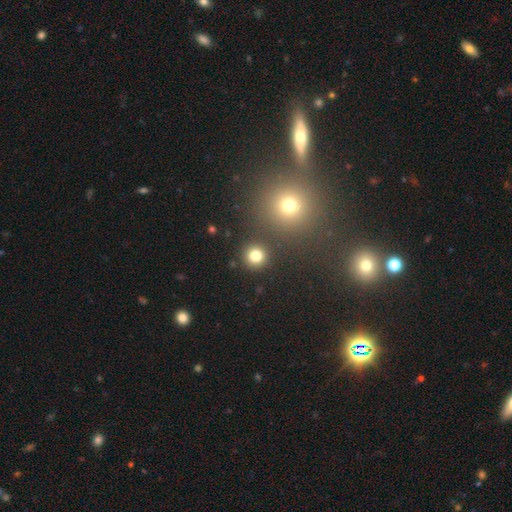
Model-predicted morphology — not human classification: Smooth or featured: smooth — 79% (star or artifact — 15%)
How rounded: round — 94% (in between — 5%)
Merging: none — 87% (minor disturbance — 6%)